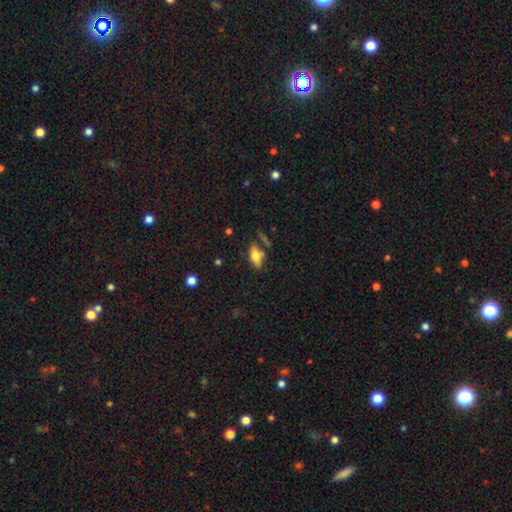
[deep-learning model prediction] The model was most divided on "smooth or featured": smooth: 65%, featured or disk: 26%, star or artifact: 9%. More confident: how rounded — in between (76%); merging — none (62%).